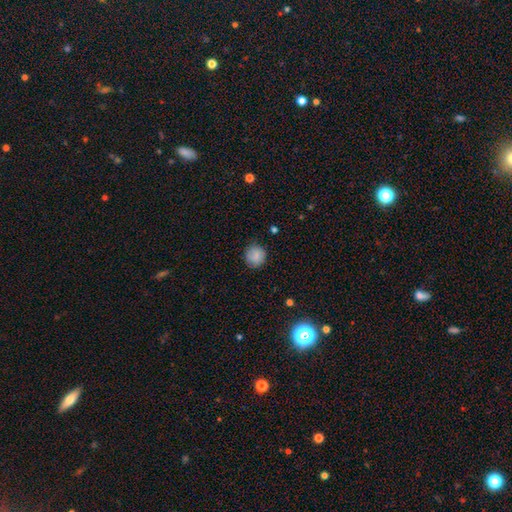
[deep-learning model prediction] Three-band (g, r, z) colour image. It shows a smooth galaxy with no disk features (84%) that is round (89%). Merging: none (83%).